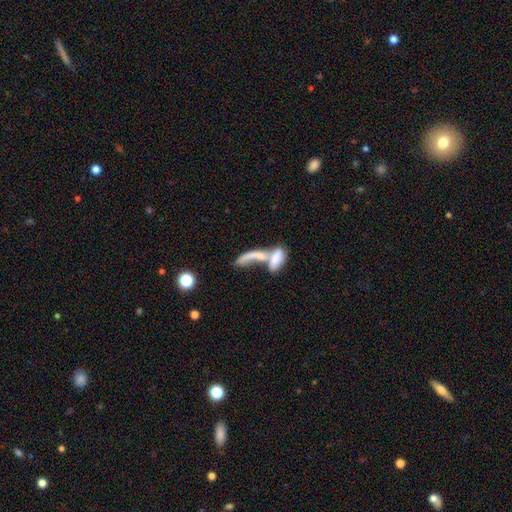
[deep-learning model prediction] Smooth or featured? Predicted: smooth (p=0.58). How rounded? Predicted: in between (p=0.53). Merging? Predicted: merger (p=0.69).